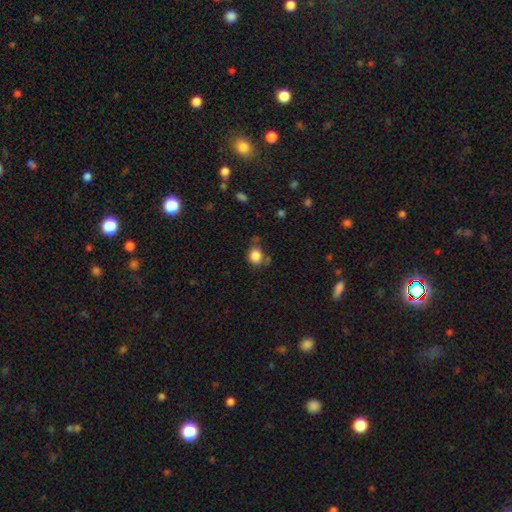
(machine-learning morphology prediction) A smooth galaxy with no disk features (84%) that is round (60%).

Vote fractions:
- Smooth or featured? smooth: 84% / star or artifact: 10% / featured or disk: 6%
- How rounded? round: 60% / in between: 39% / cigar-shaped: 1%
- Merging? none: 63% / minor disturbance: 21% / merger: 9% / major disturbance: 7%